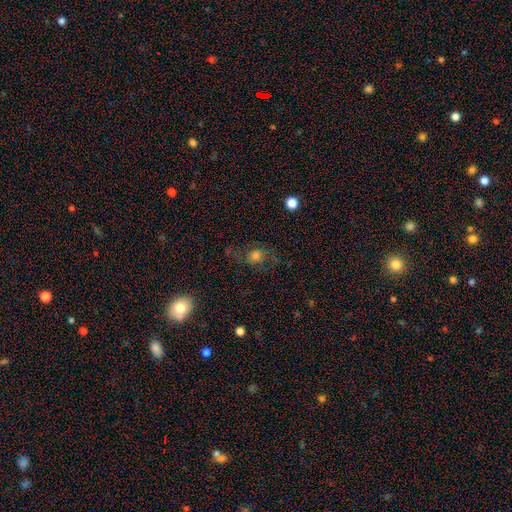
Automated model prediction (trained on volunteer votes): This appears to be a smooth galaxy with no disk features (57%) that is round (67%). Merging: none (60%).